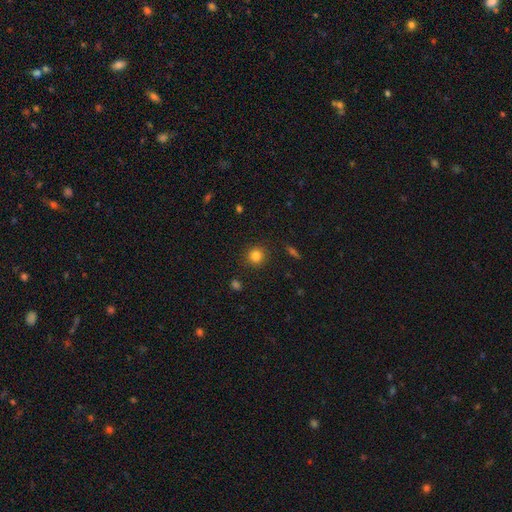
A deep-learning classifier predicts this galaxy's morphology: A smooth galaxy with no disk features (82%) that is round (90%).

Vote fractions:
- Smooth or featured? smooth: 82% / star or artifact: 12% / featured or disk: 6%
- How rounded? round: 90% / in between: 9% / cigar-shaped: 1%
- Merging? none: 89% / minor disturbance: 7% / major disturbance: 2% / merger: 1%